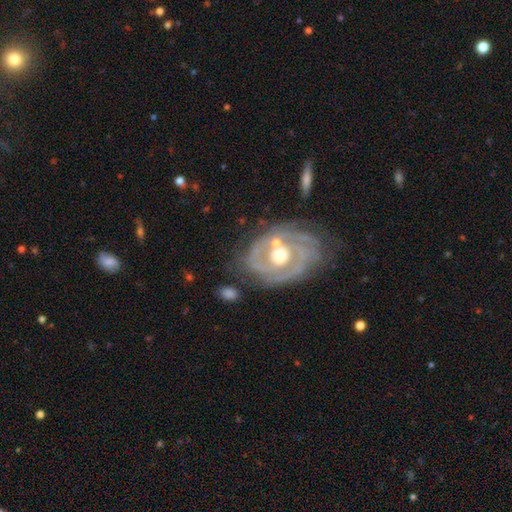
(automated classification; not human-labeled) This is clearly a featured or disk galaxy (86%). It is clearly not viewed edge-on (96%). Bar: likely no (65%). Spiral arm pattern: clearly yes (88%). Spiral arm count: marginally 2 (44%). Spiral winding: likely tight (65%). Central bulge: likely moderate (77%). Merging: likely none (63%).